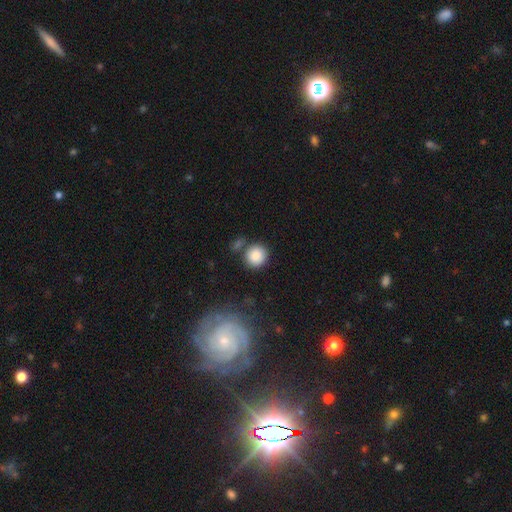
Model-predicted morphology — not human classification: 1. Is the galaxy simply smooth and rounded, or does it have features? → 87% smooth, 8% star or artifact, 5% featured or disk.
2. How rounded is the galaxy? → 90% round, 9% in between, 1% cigar-shaped.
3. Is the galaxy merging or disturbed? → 75% none, 11% merger, 11% minor disturbance, 4% major disturbance.